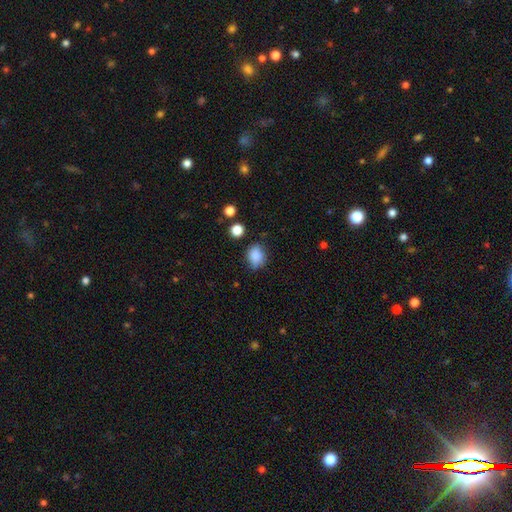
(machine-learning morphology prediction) Smooth or featured?
  - smooth: 85% *
  - star or artifact: 10%
  - featured or disk: 6%
How rounded?
  - round: 55% *
  - in between: 44%
  - cigar-shaped: 1%
Merging?
  - none: 67% *
  - minor disturbance: 24%
  - major disturbance: 5%
  - merger: 4%